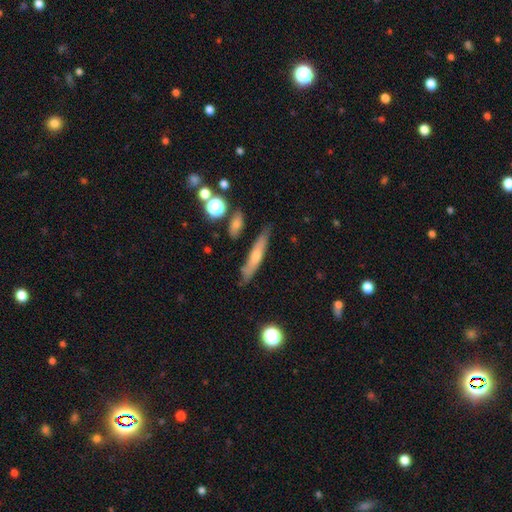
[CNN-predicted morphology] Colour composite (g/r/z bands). It shows a smooth galaxy with no disk features (47%). Merging: none (79%).